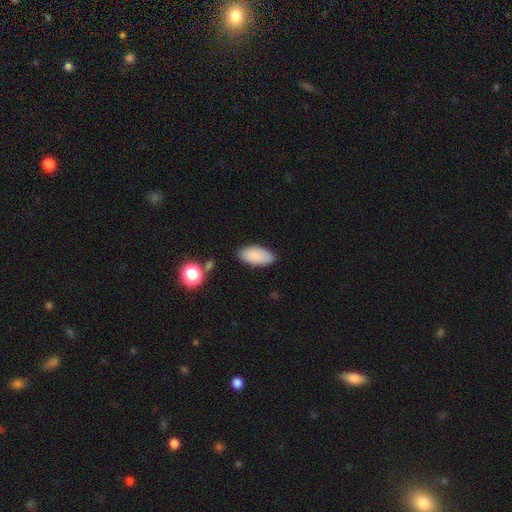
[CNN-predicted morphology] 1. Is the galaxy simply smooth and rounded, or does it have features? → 85% smooth, 8% featured or disk, 7% star or artifact.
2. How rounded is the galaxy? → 93% in between, 5% cigar-shaped, 2% round.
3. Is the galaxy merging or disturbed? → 81% none, 14% minor disturbance, 3% major disturbance, 2% merger.